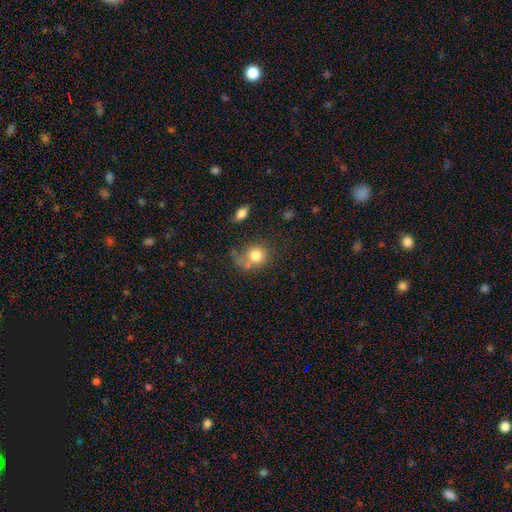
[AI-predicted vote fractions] This is likely a smooth galaxy (78%). How rounded: likely round (75%). Merging: possibly none (47%).